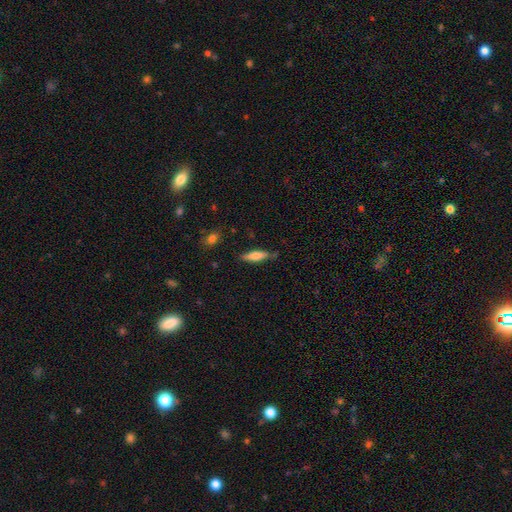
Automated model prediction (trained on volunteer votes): This is likely a smooth galaxy (69%). How rounded: likely cigar-shaped (66%). Merging: likely none (79%).